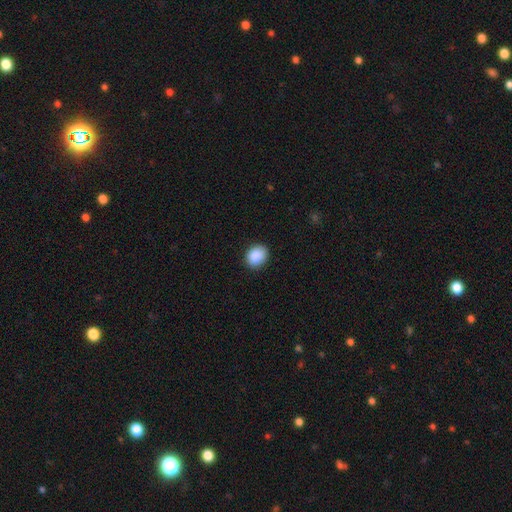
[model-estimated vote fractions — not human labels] smooth_or_featured: smooth (p=0.89) [alt: star or artifact p=0.08]
how_rounded: in between (p=0.51) [alt: round p=0.49]
merging: none (p=0.88) [alt: minor disturbance p=0.09]